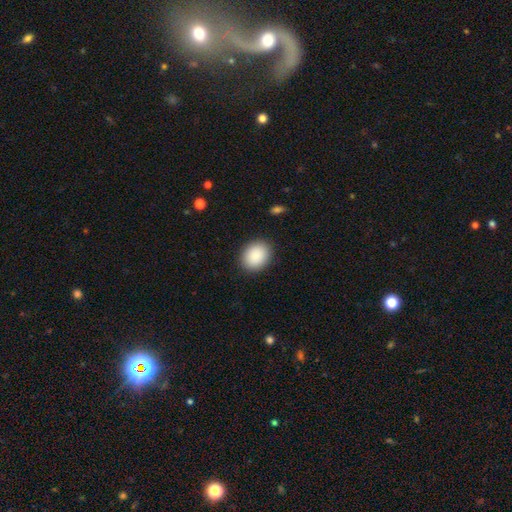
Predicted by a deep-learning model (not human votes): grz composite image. It shows a smooth galaxy with no disk features (89%) that is round (51%). Merging: none (90%).